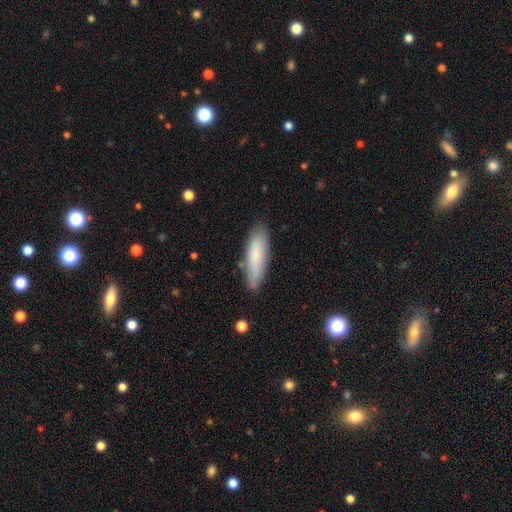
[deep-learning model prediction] Overall: smooth (79%). How rounded: cigar-shaped (59%; in between 40%). Merging: none (81%).